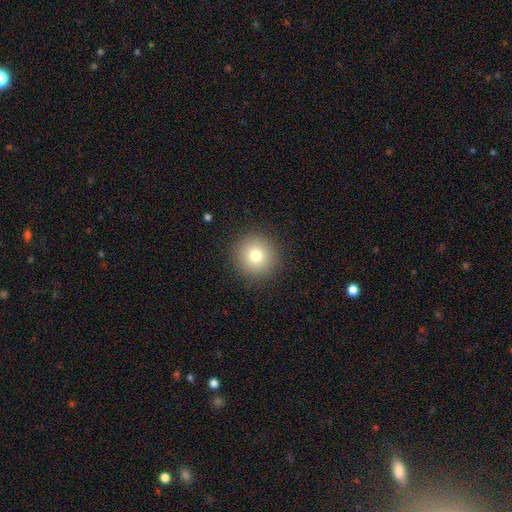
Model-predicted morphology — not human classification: smooth_or_featured: smooth (p=0.77) [alt: star or artifact p=0.13]
how_rounded: round (p=0.95) [alt: in between p=0.04]
merging: none (p=0.91) [alt: minor disturbance p=0.06]